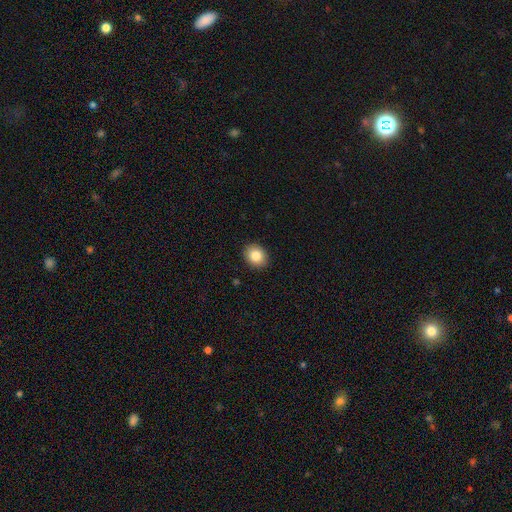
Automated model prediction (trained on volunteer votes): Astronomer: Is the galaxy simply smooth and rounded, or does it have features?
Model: smooth — 85%.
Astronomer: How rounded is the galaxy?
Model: round — 56% (runner-up: in between, 43%).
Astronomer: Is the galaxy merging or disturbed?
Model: none — 91%.